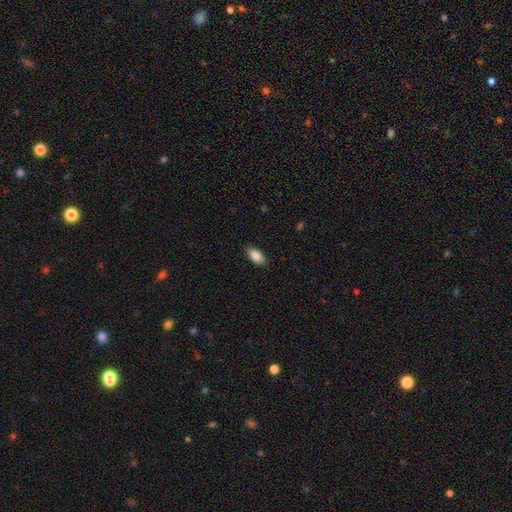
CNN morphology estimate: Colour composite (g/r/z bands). It shows a smooth galaxy with no disk features (84%) that is in between round and cigar-shaped (89%). Merging: none (86%).